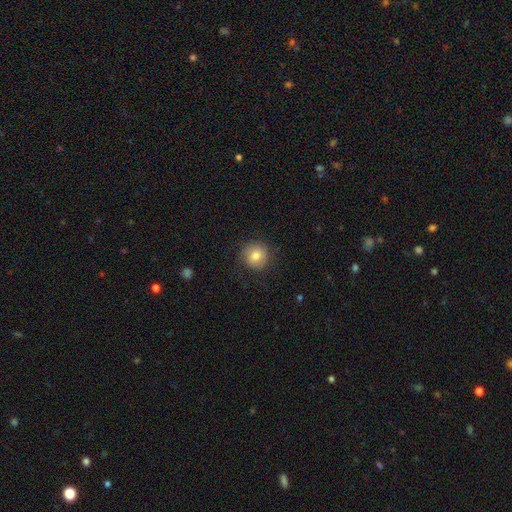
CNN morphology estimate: Smooth or featured: smooth — 80% (featured or disk — 11%)
How rounded: round — 91% (in between — 8%)
Merging: none — 82% (minor disturbance — 12%)